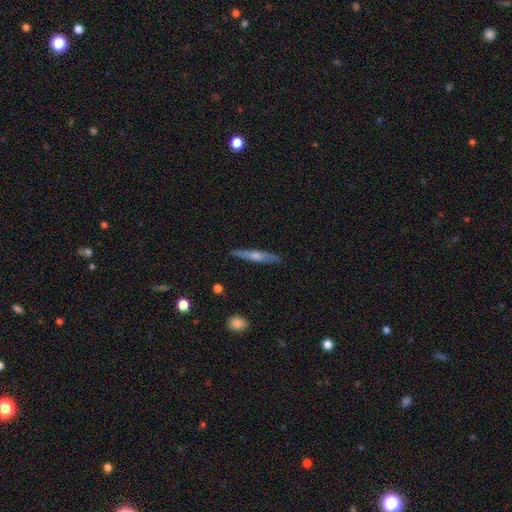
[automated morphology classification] The model was most divided on "smooth or featured": featured or disk: 55%, smooth: 39%, star or artifact: 6%. More confident: edge-on disk — yes (96%); merging — none (89%); edge-on bulge — rounded (77%).